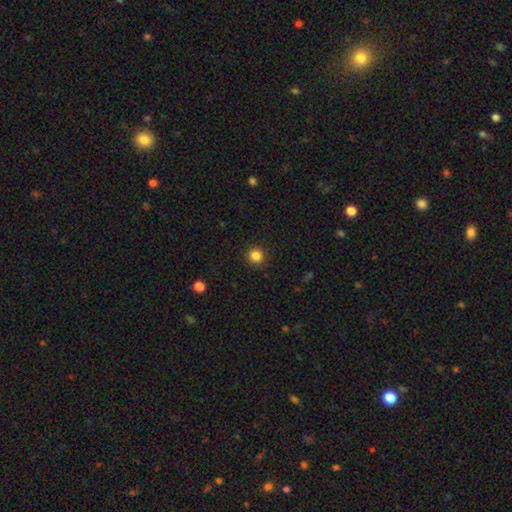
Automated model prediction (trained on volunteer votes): Smooth or featured: smooth — 85% (star or artifact — 11%)
How rounded: round — 95% (in between — 5%)
Merging: none — 92% (minor disturbance — 5%)